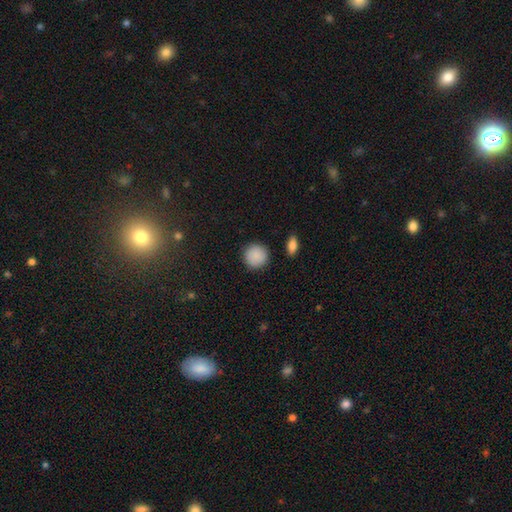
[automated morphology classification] smooth-or-featured: smooth: 88% | star or artifact: 8% | featured or disk: 4%
  how-rounded: round: 93% | in between: 6% | cigar-shaped: 1%
  merging: none: 90% | minor disturbance: 6% | major disturbance: 2% | merger: 1%